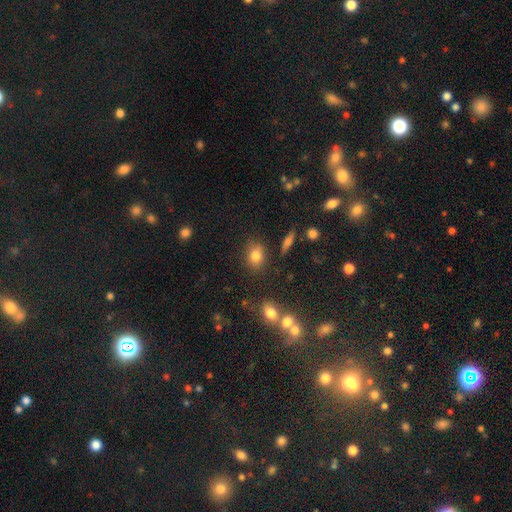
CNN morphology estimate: This appears to be a smooth galaxy with no disk features (80%) that is round (52%). Merging: none (80%).